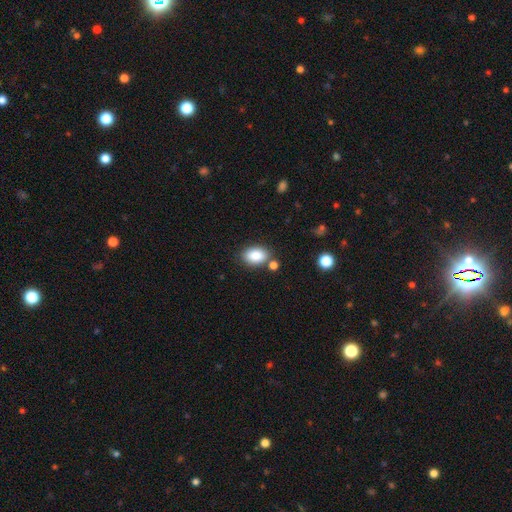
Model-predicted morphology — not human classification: type=smooth (87%); roundness=in between (86%); merging=none (74%).